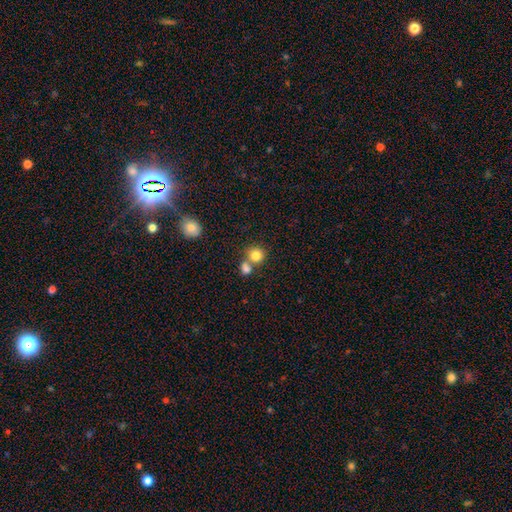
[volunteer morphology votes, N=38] A smooth galaxy with no disk features (84%) that is round (91%).

Vote fractions:
- Smooth or featured? smooth: 84% / star or artifact: 11% / featured or disk: 5%
- How rounded? round: 91% / in between: 6% / cigar-shaped: 3%
- Merging? none: 62% / merger: 32% / minor disturbance: 3% / major disturbance: 3%